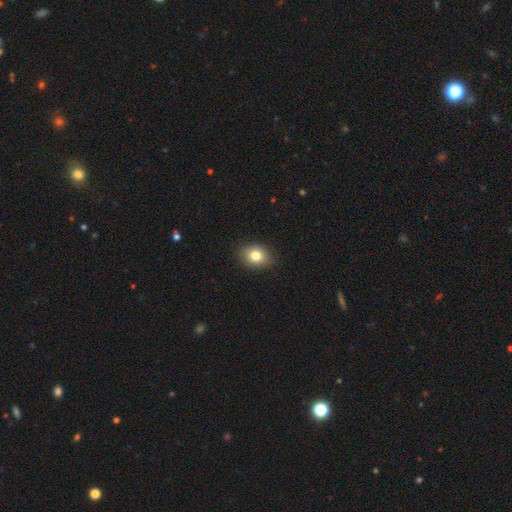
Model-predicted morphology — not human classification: Smooth or featured: smooth — 81% (star or artifact — 10%)
How rounded: in between — 61% (round — 38%)
Merging: none — 87% (minor disturbance — 10%)